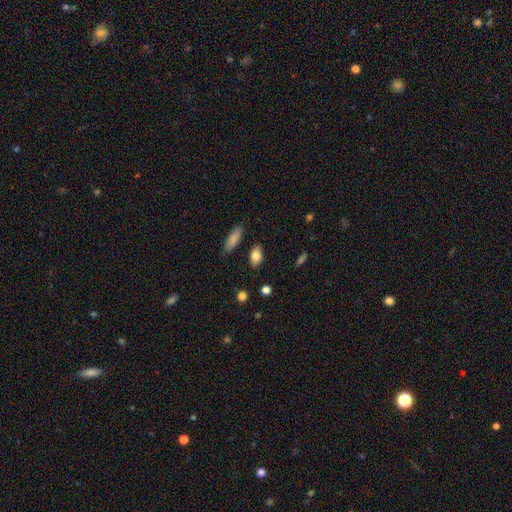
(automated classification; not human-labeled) smooth-or-featured: smooth: 81% | featured or disk: 11% | star or artifact: 8%
  how-rounded: in between: 86% | cigar-shaped: 7% | round: 7%
  merging: none: 83% | minor disturbance: 12% | major disturbance: 3% | merger: 3%